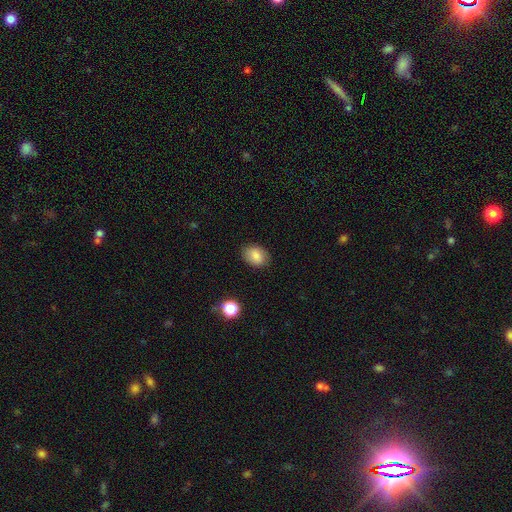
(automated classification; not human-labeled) Overall: smooth (84%). How rounded: in between (72%). Merging: none (85%).